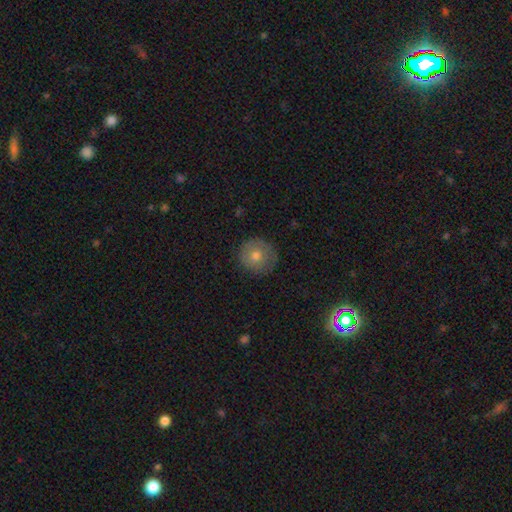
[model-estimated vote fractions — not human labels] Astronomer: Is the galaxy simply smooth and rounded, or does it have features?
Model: smooth — 67%.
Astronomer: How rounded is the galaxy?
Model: round — 93%.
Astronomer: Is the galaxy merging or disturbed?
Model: none — 85%.